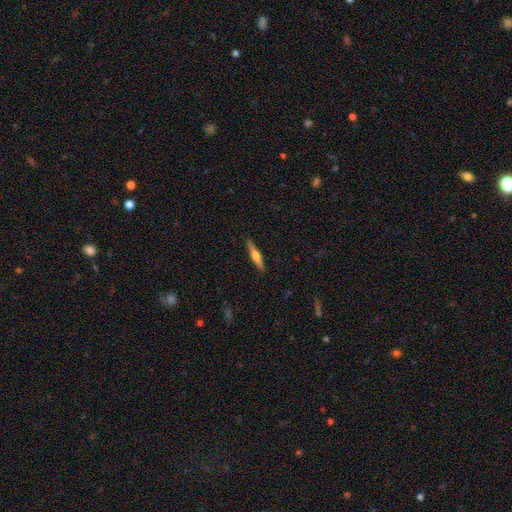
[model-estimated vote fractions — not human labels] Smooth or featured: featured or disk — 51% (smooth — 43%)
Edge-on disk: yes — 96% (no — 4%)
Merging: none — 91% (minor disturbance — 7%)